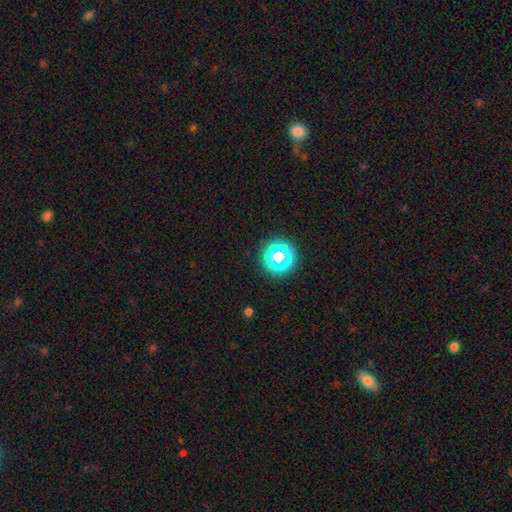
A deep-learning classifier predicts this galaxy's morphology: Smooth or featured: star or artifact — 49% (smooth — 46%)